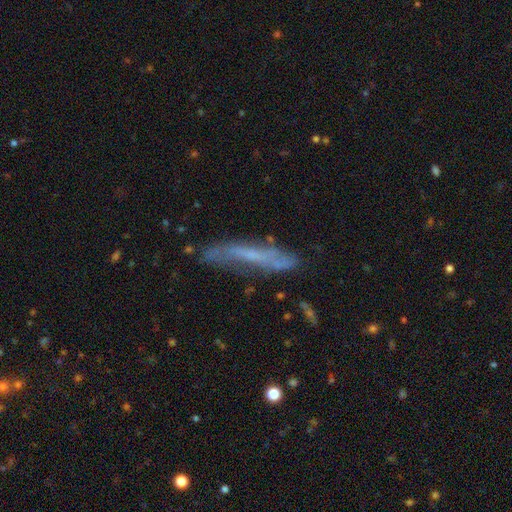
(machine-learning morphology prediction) The model was most divided on "edge-on disk": yes: 61%, no: 39%. More confident: merging — none (67%); smooth or featured — featured or disk (58%).